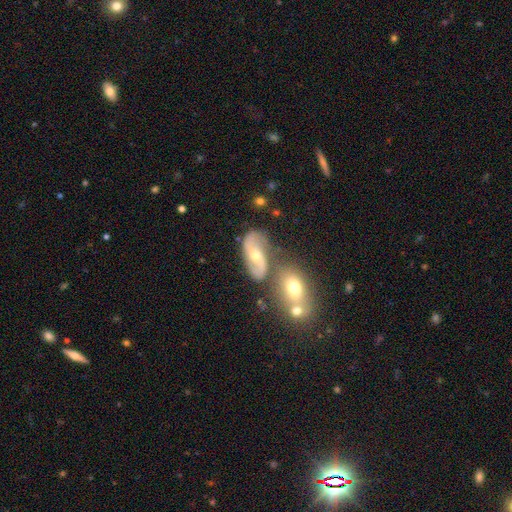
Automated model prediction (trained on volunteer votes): featured or disk 74%, smooth 18%, star or artifact 8%. Down the decision tree: edge-on disk — no (95%); bar — no (52%); spiral arms — yes (88%); spiral arm count — 2 (89%); spiral winding — loose (46%); bulge size — moderate (55%); merging — none (54%).